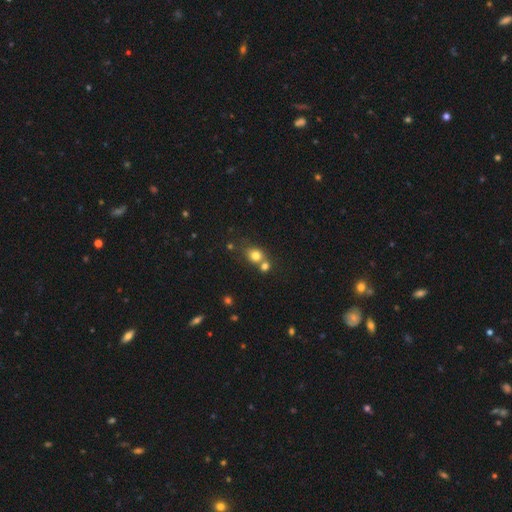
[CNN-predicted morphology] This appears to be a smooth galaxy with no disk features (77%) that is round (70%). Merging: none (47%).